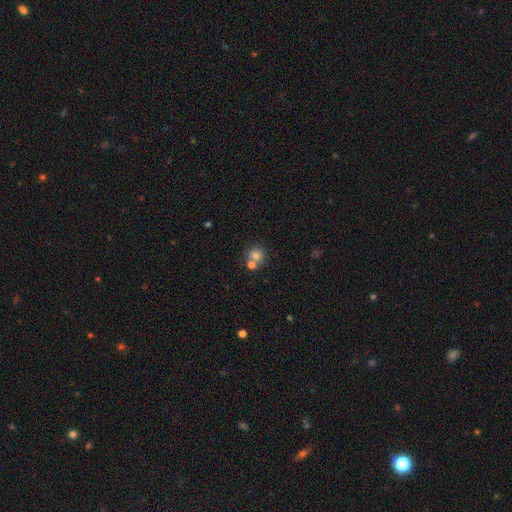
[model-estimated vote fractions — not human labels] This is likely a smooth galaxy (76%). How rounded: clearly round (90%). Merging: possibly none (59%).